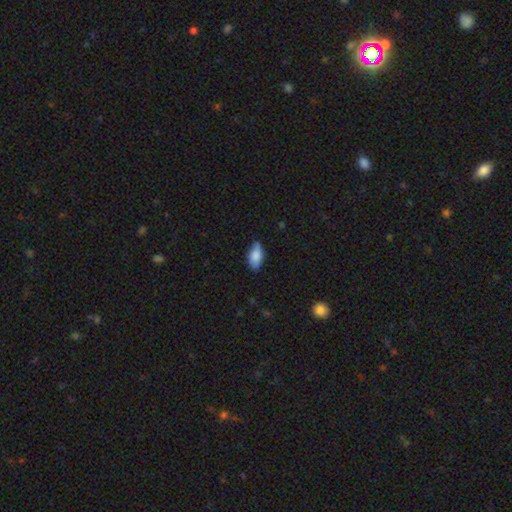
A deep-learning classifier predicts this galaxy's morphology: The model was most divided on "merging": none: 73%, minor disturbance: 23%, major disturbance: 3%, merger: 1%. More confident: how rounded — in between (92%); smooth or featured — smooth (81%).